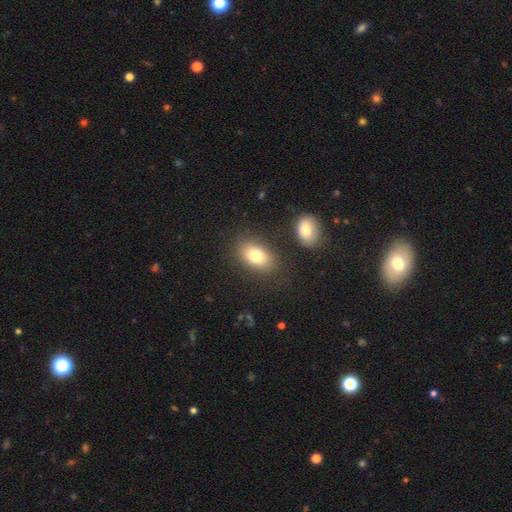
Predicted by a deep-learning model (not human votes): A smooth galaxy with no disk features (79%) that is in between round and cigar-shaped (86%).

Vote fractions:
- Smooth or featured? smooth: 79% / featured or disk: 12% / star or artifact: 9%
- How rounded? in between: 86% / round: 12% / cigar-shaped: 2%
- Merging? none: 79% / minor disturbance: 11% / merger: 5% / major disturbance: 4%